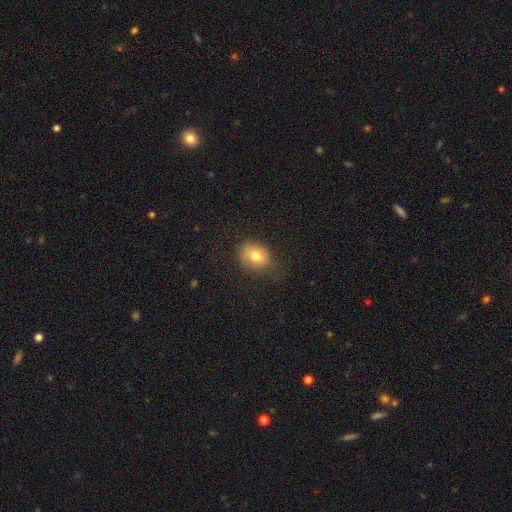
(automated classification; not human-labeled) Smooth or featured? Predicted: smooth (p=0.77). How rounded? Predicted: in between (p=0.54). Merging? Predicted: none (p=0.62).